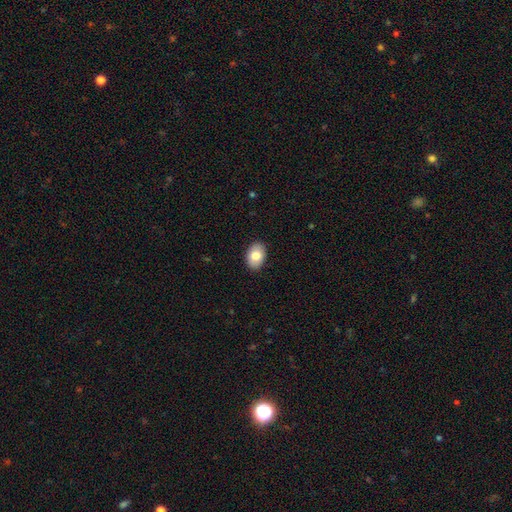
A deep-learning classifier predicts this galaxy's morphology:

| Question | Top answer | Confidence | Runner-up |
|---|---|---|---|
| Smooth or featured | smooth | 82% | featured or disk (11%) |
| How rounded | in between | 87% | round (12%) |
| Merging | none | 90% | minor disturbance (8%) |